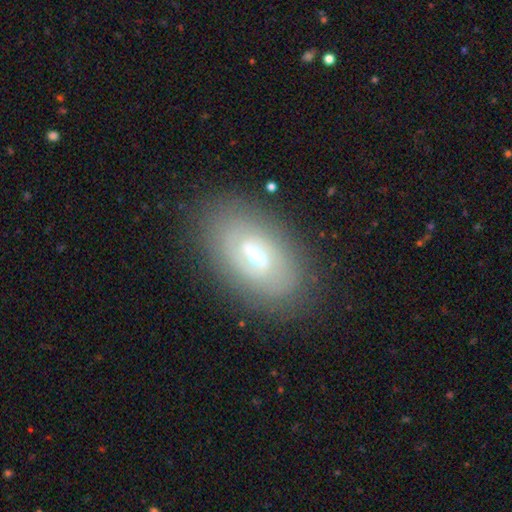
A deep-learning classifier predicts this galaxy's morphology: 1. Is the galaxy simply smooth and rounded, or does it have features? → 63% featured or disk, 29% smooth, 8% star or artifact.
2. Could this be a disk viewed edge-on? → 89% no, 11% yes.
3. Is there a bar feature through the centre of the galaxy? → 50% weak, 31% strong, 19% no.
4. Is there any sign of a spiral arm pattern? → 52% yes, 48% no.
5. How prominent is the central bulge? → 55% moderate, 26% small, 14% large, 3% none, 2% dominant.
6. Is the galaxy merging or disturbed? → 78% none, 14% minor disturbance, 6% major disturbance, 2% merger.